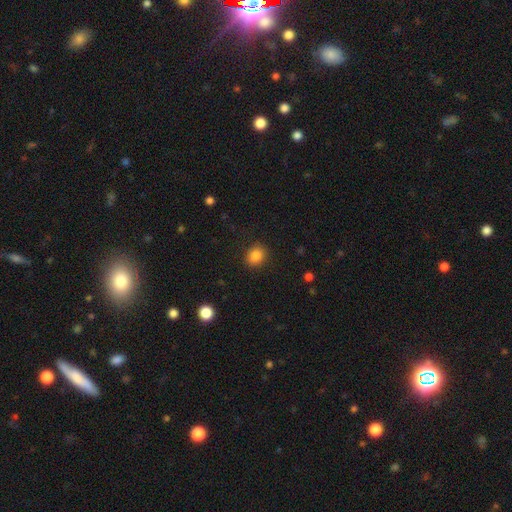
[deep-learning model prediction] Smooth or featured?
  - smooth: 85% *
  - star or artifact: 10%
  - featured or disk: 5%
How rounded?
  - round: 59% *
  - in between: 40%
  - cigar-shaped: 1%
Merging?
  - none: 88% *
  - minor disturbance: 8%
  - major disturbance: 3%
  - merger: 1%